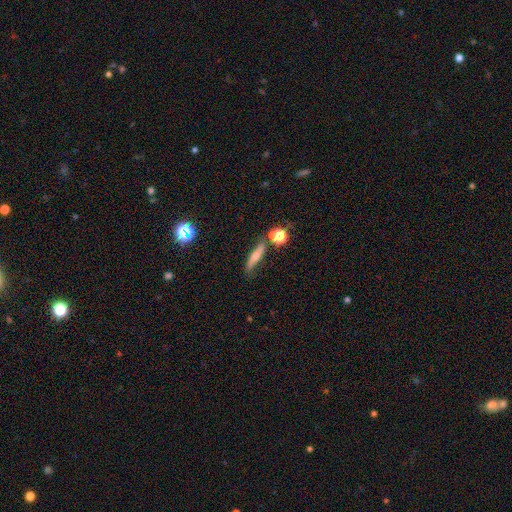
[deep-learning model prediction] smooth-or-featured: smooth: 52% | featured or disk: 37% | star or artifact: 11%
  how-rounded: cigar-shaped: 75% | in between: 19% | round: 6%
  merging: none: 68% | minor disturbance: 18% | merger: 8% | major disturbance: 5%